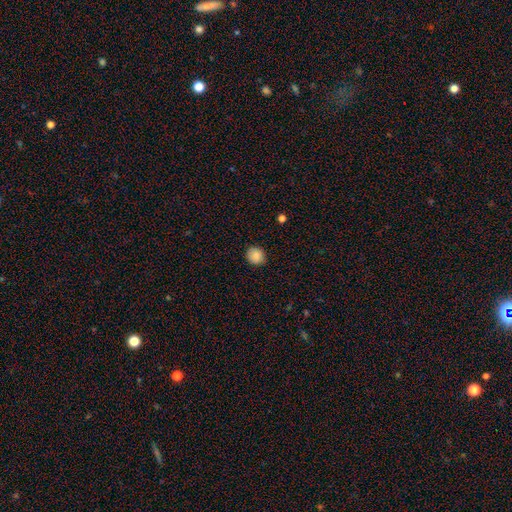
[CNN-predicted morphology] Smooth or featured: smooth — 87% (star or artifact — 9%)
How rounded: round — 83% (in between — 16%)
Merging: none — 89% (minor disturbance — 8%)